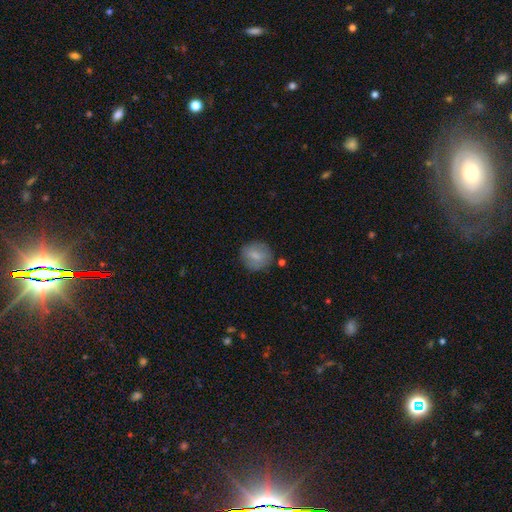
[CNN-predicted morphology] smooth_or_featured: smooth (p=0.75) [alt: featured or disk p=0.17]
how_rounded: round (p=0.82) [alt: in between p=0.17]
merging: none (p=0.76) [alt: minor disturbance p=0.16]